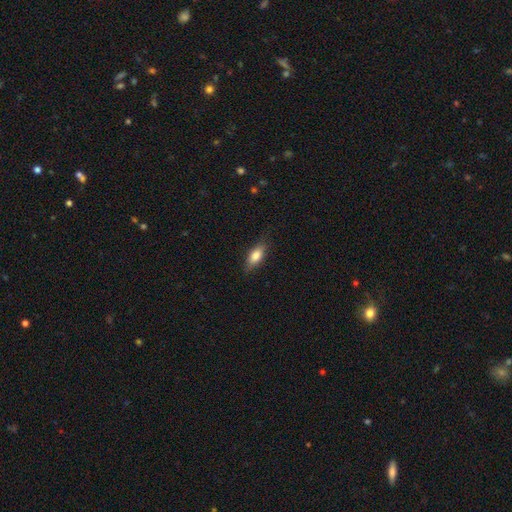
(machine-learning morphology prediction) The model was most divided on "how rounded": in between: 76%, cigar-shaped: 20%, round: 4%. More confident: merging — none (80%); smooth or featured — smooth (77%).